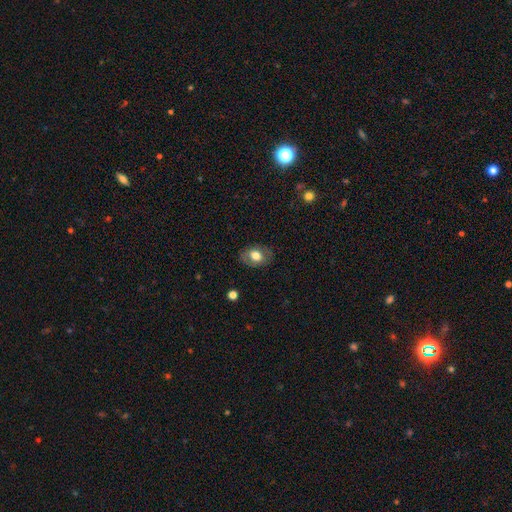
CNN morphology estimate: type=smooth (68%); roundness=in between (71%); merging=none (80%).